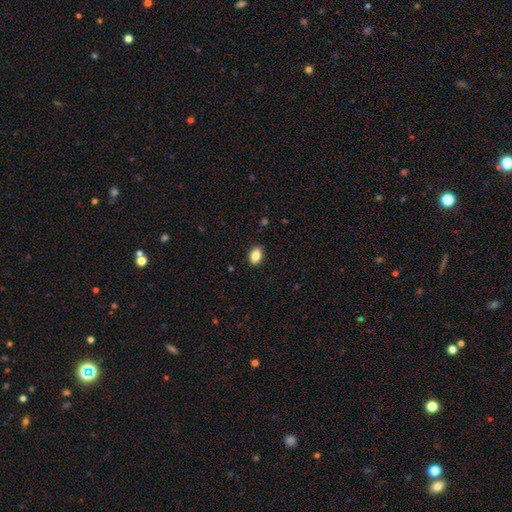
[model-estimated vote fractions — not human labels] smooth-or-featured: smooth: 86% | star or artifact: 8% | featured or disk: 6%
  how-rounded: in between: 85% | round: 14% | cigar-shaped: 2%
  merging: none: 88% | minor disturbance: 9% | major disturbance: 2% | merger: 1%